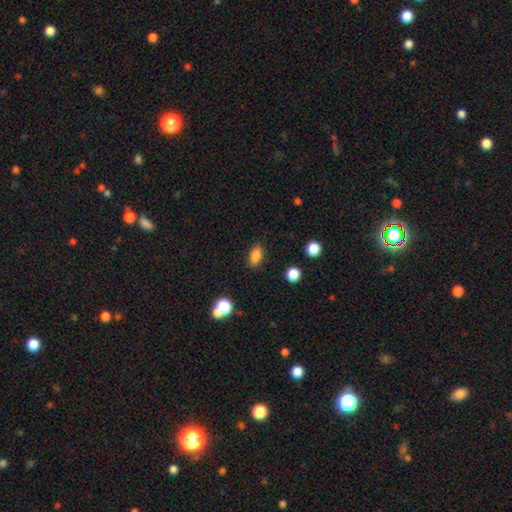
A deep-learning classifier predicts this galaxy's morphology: Smooth or featured: smooth — 84% (star or artifact — 11%)
How rounded: in between — 86% (round — 9%)
Merging: none — 86% (minor disturbance — 9%)